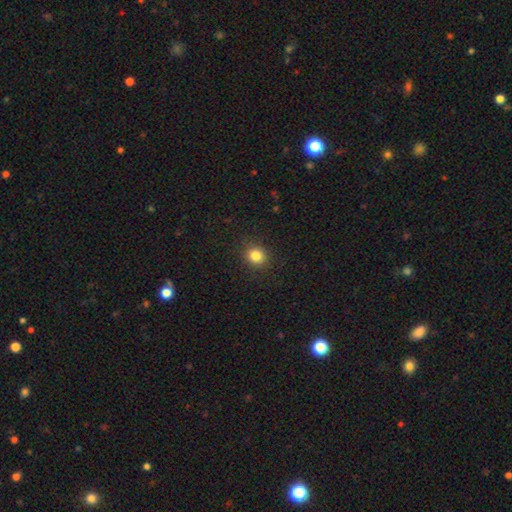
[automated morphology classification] A smooth galaxy with no disk features (83%) that is round (85%). Merging: none (90%).